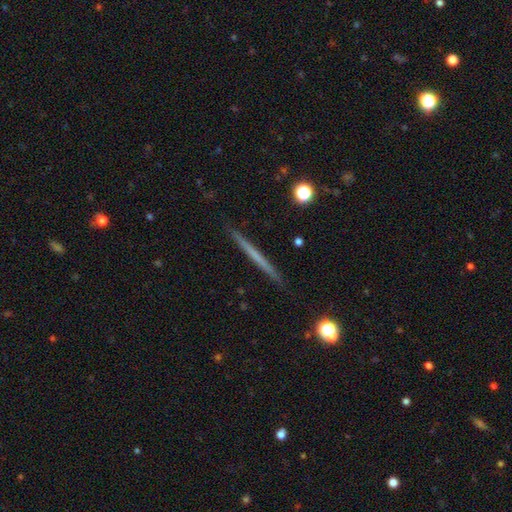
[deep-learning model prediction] The model was most divided on "smooth or featured": featured or disk: 50%, smooth: 44%, star or artifact: 6%. More confident: merging — none (92%).